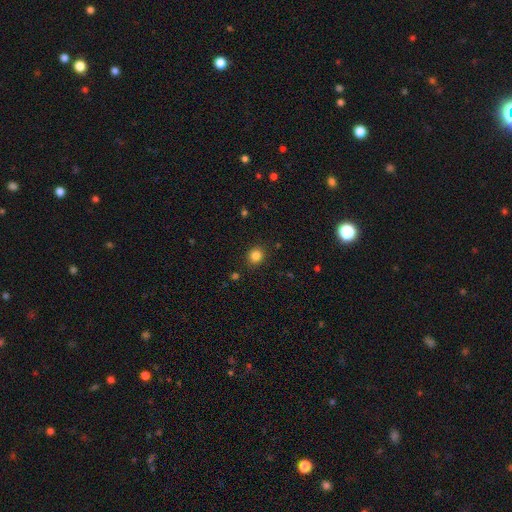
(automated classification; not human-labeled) Smooth or featured? Predicted: smooth (p=0.83). How rounded? Predicted: round (p=0.78). Merging? Predicted: none (p=0.89).